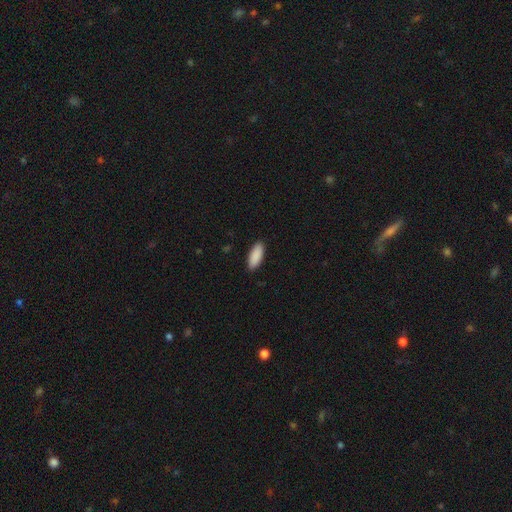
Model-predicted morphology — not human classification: Smooth or featured: smooth — 91% (star or artifact — 6%)
How rounded: in between — 80% (cigar-shaped — 18%)
Merging: none — 89% (minor disturbance — 8%)